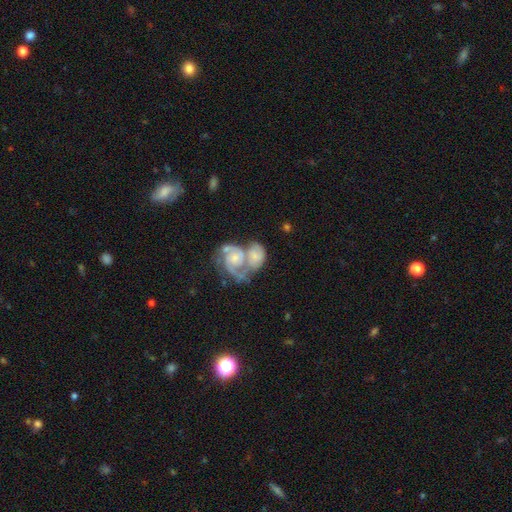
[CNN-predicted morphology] Smooth or featured? featured or disk (74%)
Edge-on disk? no (97%)
Bar? no (68%)
Spiral arms? yes (90%)
Spiral winding? medium (43%, tied with tight)
Spiral arm count? 2 (72%)
Bulge size? small (50%)
Merging? merger (69%)